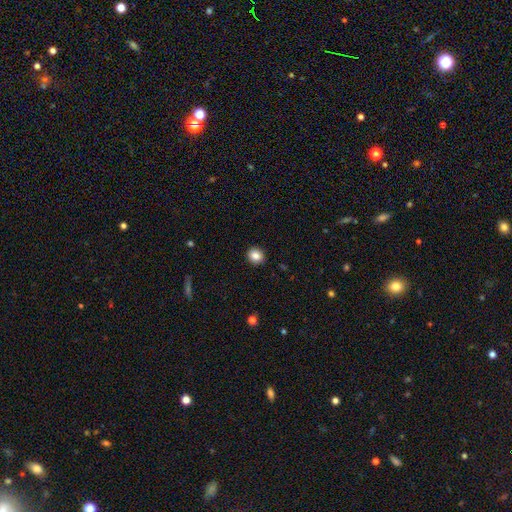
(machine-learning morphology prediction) Smooth or featured? smooth (85%)
How rounded? round (83%)
Merging? none (92%)